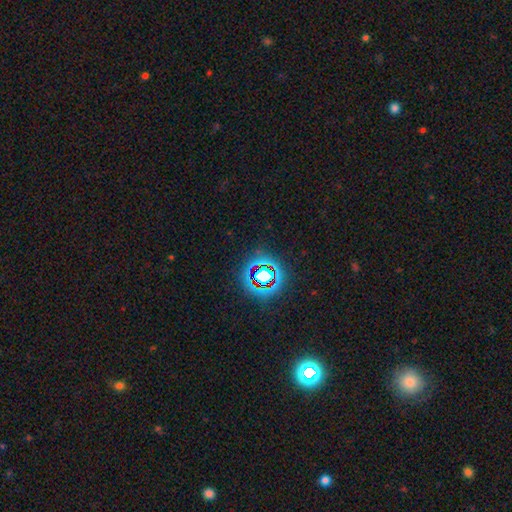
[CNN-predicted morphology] This is likely a star or artifact rather than a galaxy (68%).